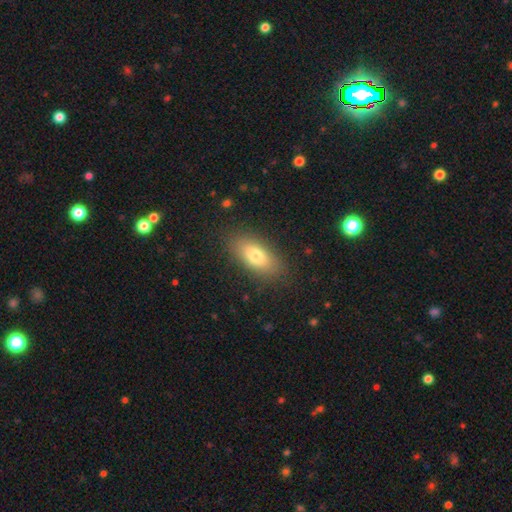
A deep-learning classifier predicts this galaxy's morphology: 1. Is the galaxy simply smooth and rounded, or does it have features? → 76% smooth, 16% featured or disk, 8% star or artifact.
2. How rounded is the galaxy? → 84% in between, 11% cigar-shaped, 5% round.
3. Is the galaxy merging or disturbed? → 85% none, 10% minor disturbance, 3% major disturbance, 1% merger.